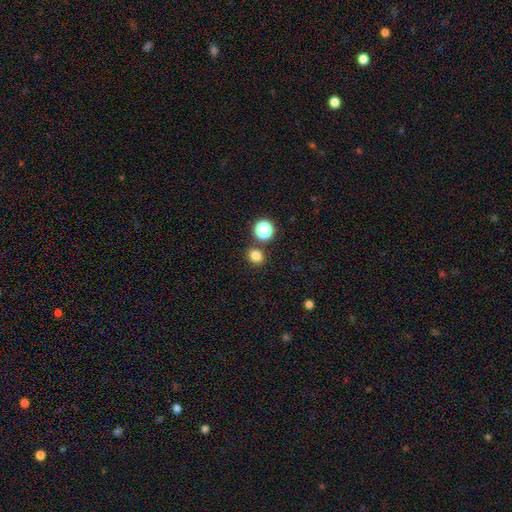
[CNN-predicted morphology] Smooth or featured?
  - smooth: 79% *
  - star or artifact: 16%
  - featured or disk: 5%
How rounded?
  - round: 72% *
  - in between: 27%
  - cigar-shaped: 1%
Merging?
  - none: 81% *
  - merger: 9%
  - minor disturbance: 8%
  - major disturbance: 3%